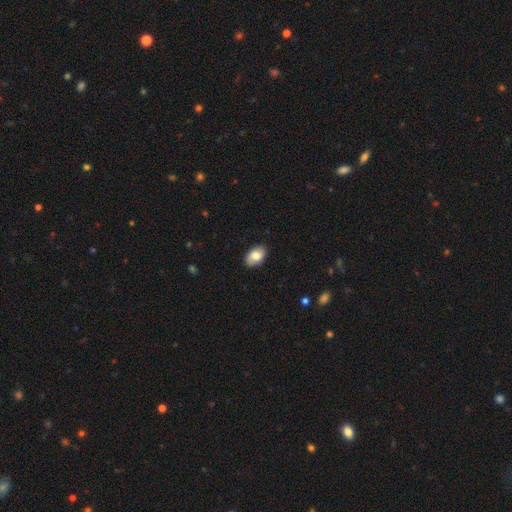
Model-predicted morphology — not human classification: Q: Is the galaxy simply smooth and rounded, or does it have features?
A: smooth — 77%.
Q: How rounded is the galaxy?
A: in between — 90%.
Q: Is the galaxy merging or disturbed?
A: none — 86%.